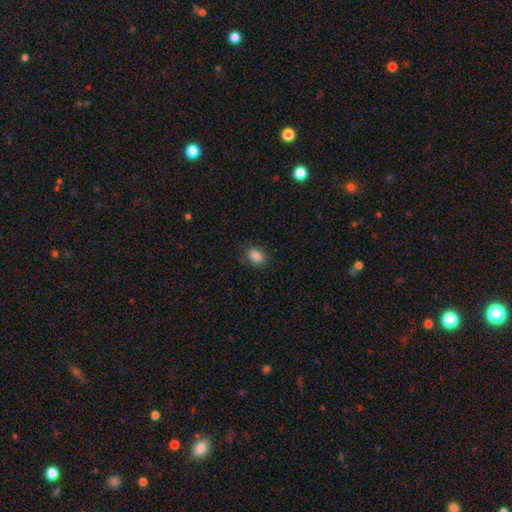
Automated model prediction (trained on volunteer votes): Overall: smooth (87%). How rounded: in between (76%). Merging: none (82%).